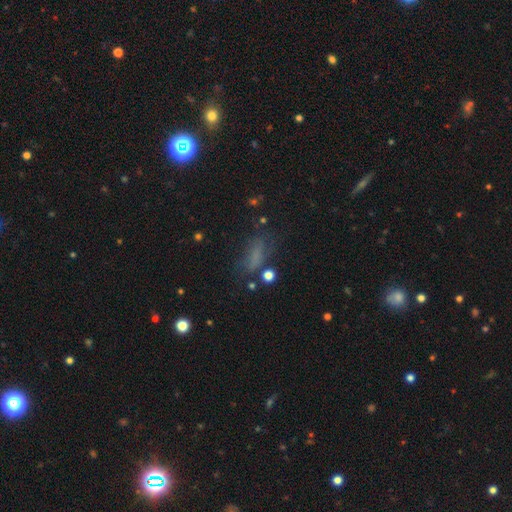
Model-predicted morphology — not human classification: type=smooth (62%); roundness=in between (61%); merging=none (55%).